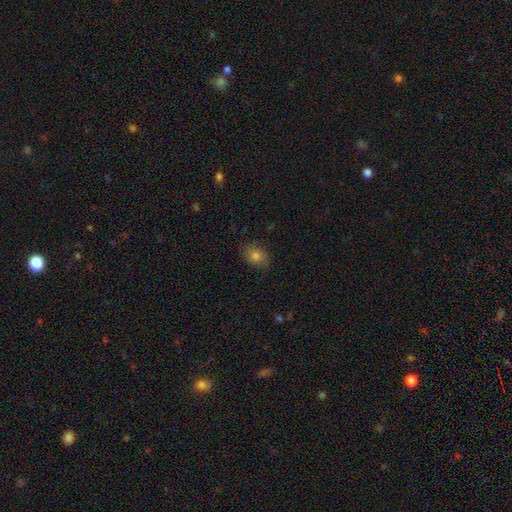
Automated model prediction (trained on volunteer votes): Overall: smooth (75%). How rounded: in between (66%; round 33%). Merging: none (78%).